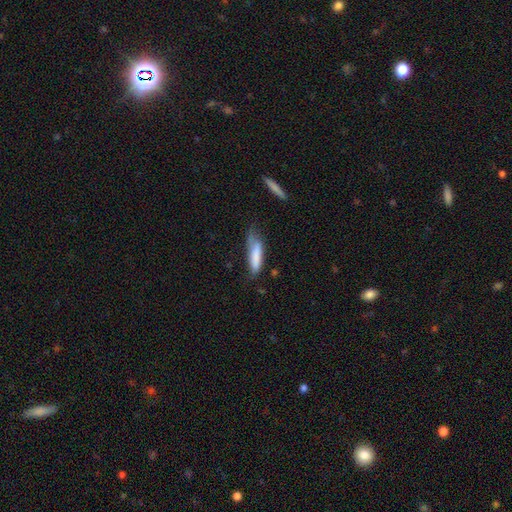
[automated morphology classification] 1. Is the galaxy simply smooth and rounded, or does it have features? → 76% smooth, 17% featured or disk, 7% star or artifact.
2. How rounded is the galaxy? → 66% cigar-shaped, 32% in between, 2% round.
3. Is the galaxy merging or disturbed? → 38% minor disturbance, 37% none, 20% major disturbance, 4% merger.